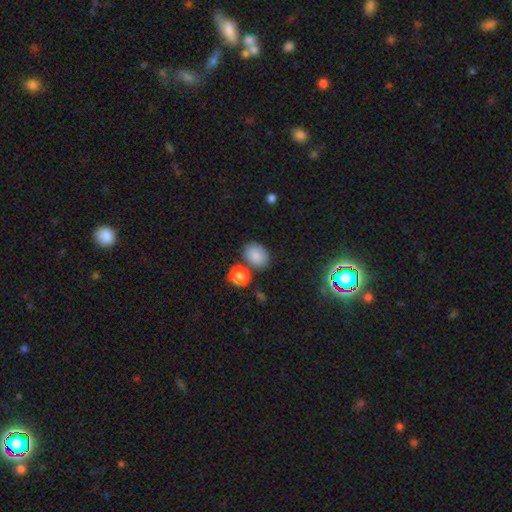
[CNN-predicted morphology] smooth_or_featured: smooth (p=0.84) [alt: star or artifact p=0.10]
how_rounded: in between (p=0.63) [alt: round p=0.36]
merging: none (p=0.73) [alt: minor disturbance p=0.12]